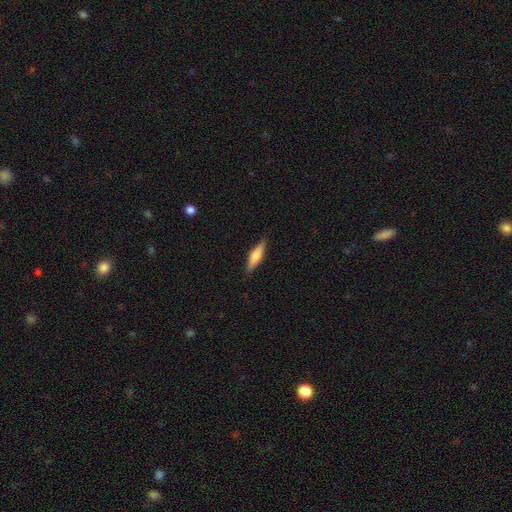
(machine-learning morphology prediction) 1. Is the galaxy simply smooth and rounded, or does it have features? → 55% smooth, 40% featured or disk, 6% star or artifact.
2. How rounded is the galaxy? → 67% cigar-shaped, 31% in between, 2% round.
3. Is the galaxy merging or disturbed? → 87% none, 10% minor disturbance, 2% major disturbance, 1% merger.